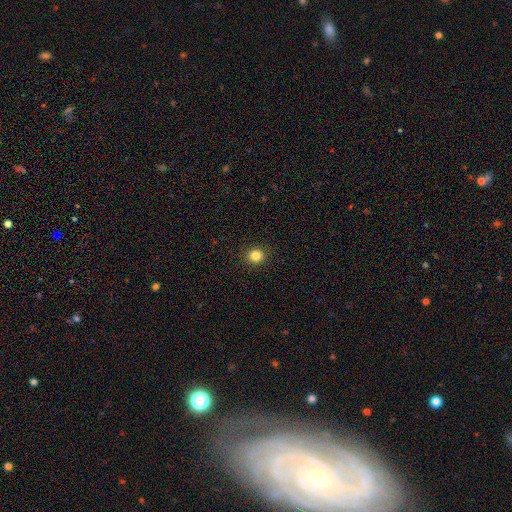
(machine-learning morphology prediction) smooth_or_featured: smooth (p=0.83) [alt: star or artifact p=0.12]
how_rounded: round (p=0.86) [alt: in between p=0.13]
merging: none (p=0.92) [alt: minor disturbance p=0.06]